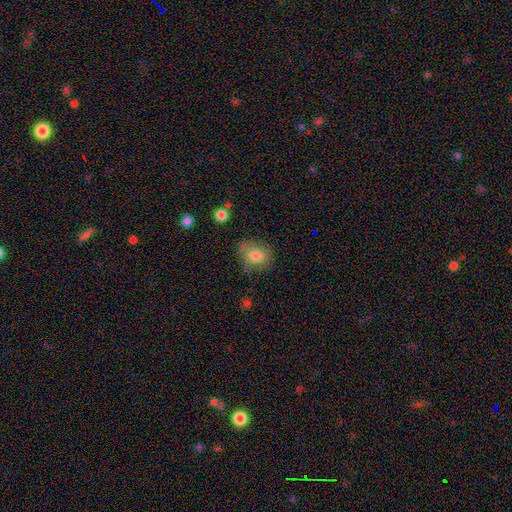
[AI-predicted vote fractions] This appears to be a smooth galaxy with no disk features (77%) that is round (53%). Merging: none (64%).